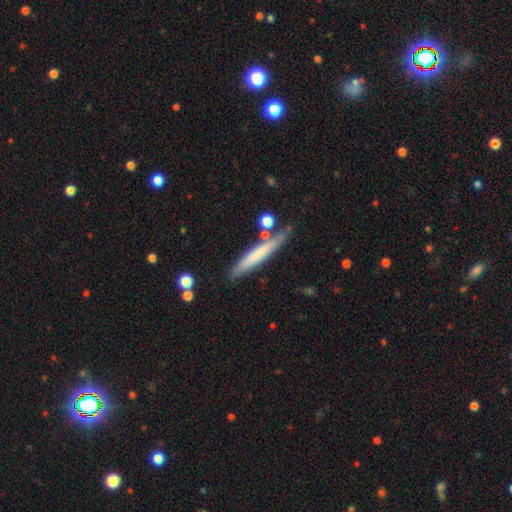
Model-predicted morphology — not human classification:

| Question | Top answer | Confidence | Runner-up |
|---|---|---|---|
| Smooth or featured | smooth | 62% | featured or disk (32%) |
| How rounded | cigar-shaped | 94% | in between (5%) |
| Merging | none | 76% | minor disturbance (14%) |